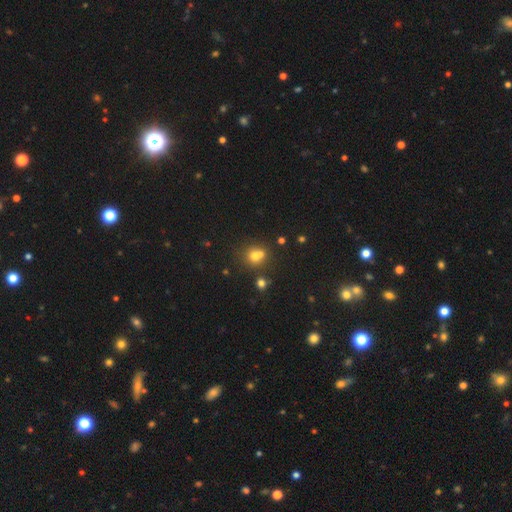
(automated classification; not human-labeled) Q: Smooth or featured?
A: smooth (69%); runner-up: star or artifact (17%)
Q: How rounded?
A: round (76%); runner-up: in between (23%)
Q: Merging?
A: merger (44%); runner-up: none (42%)